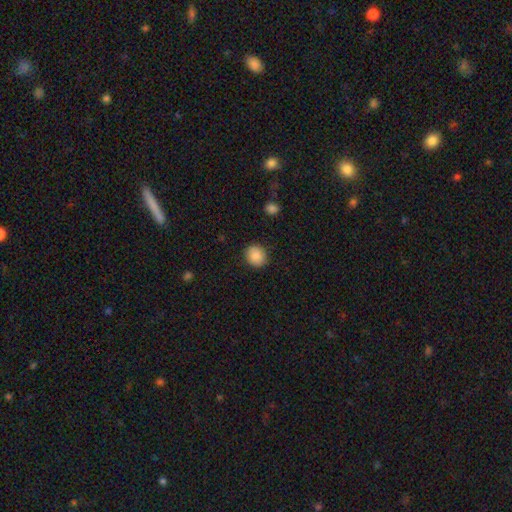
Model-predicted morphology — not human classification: type=smooth (86%); roundness=round (76%); merging=none (89%).